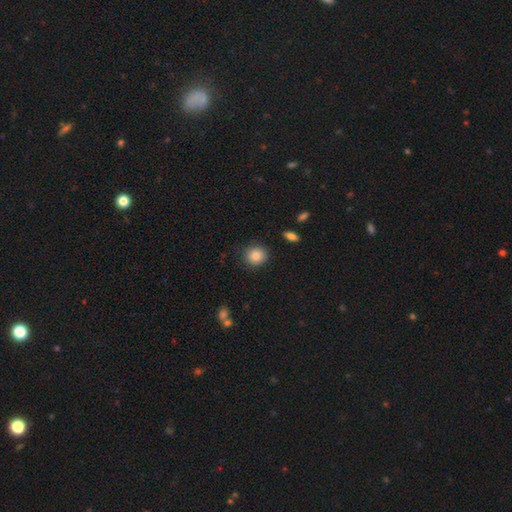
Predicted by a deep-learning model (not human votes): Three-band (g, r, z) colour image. It shows a smooth galaxy with no disk features (87%) that is round (85%). Merging: none (87%).